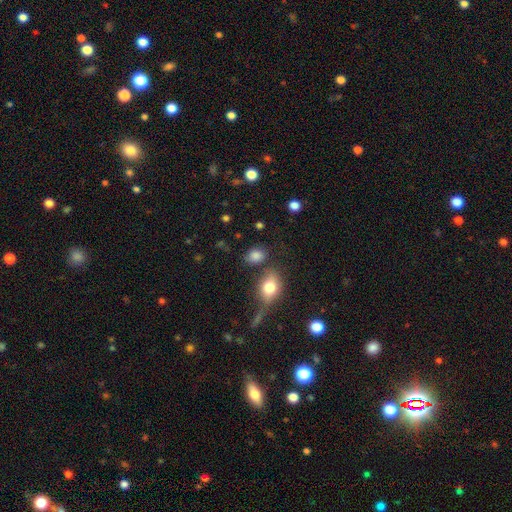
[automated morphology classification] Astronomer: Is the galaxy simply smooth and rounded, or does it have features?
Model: smooth — 79%.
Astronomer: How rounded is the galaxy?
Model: in between — 69%.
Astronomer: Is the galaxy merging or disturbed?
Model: none — 67%.